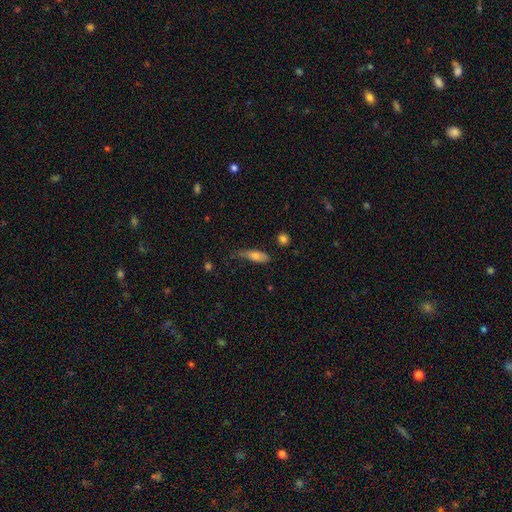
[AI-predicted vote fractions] Smooth or featured: smooth — 73% (featured or disk — 19%)
How rounded: in between — 52% (cigar-shaped — 45%)
Merging: none — 47% (minor disturbance — 37%)